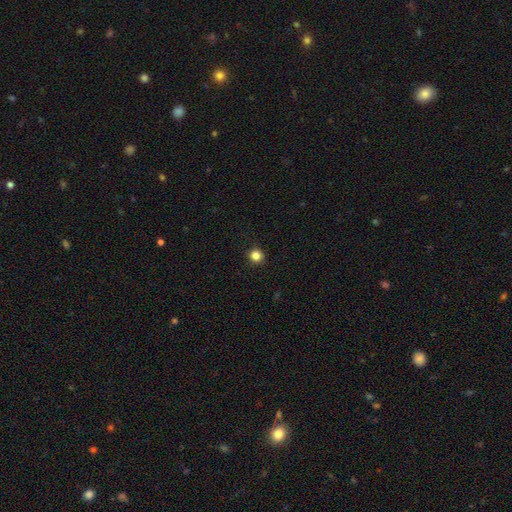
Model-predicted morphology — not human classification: The model was most divided on "smooth or featured": smooth: 83%, star or artifact: 13%, featured or disk: 4%. More confident: how rounded — round (93%); merging — none (92%).